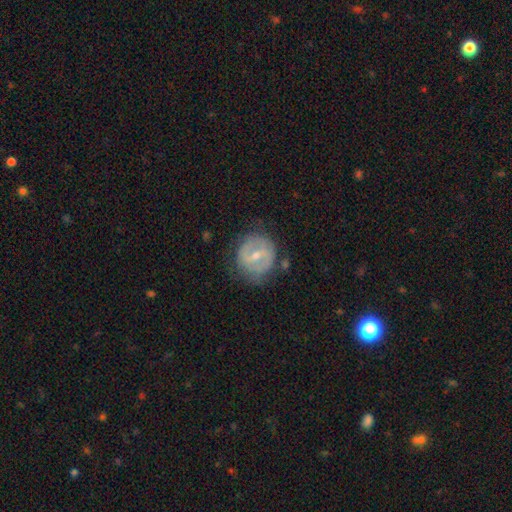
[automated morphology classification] The model was most divided on "bulge size": small: 51%, moderate: 45%, none: 2%, large: 2%, dominant: 1%. Remaining: edge-on disk — no (96%); merging — none (71%); smooth or featured — featured or disk (66%); spiral arms — yes (57%); bar — weak (48%).